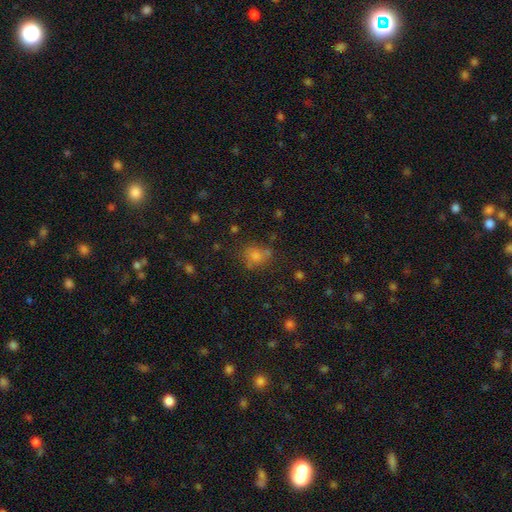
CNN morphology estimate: This appears to be a smooth galaxy with no disk features (67%) that is round (73%). Merging: none (68%).